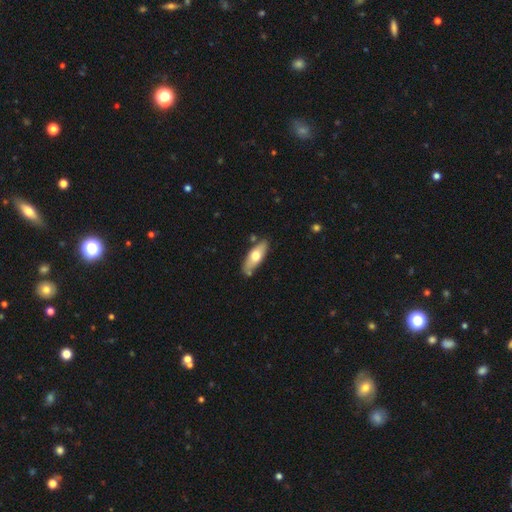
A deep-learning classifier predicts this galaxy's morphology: Smooth or featured: smooth — 60% (featured or disk — 35%)
How rounded: in between — 65% (cigar-shaped — 33%)
Merging: none — 77% (minor disturbance — 15%)